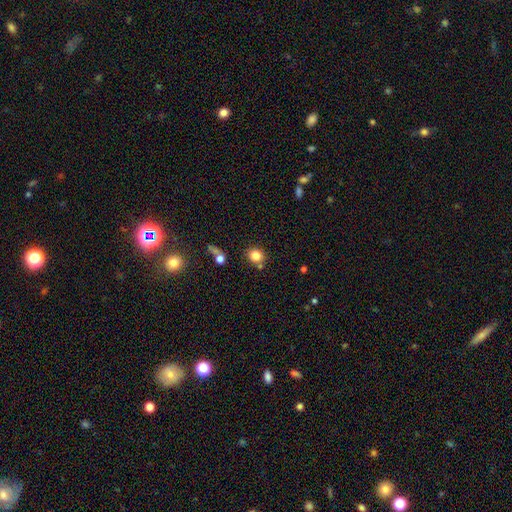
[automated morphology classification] A smooth galaxy with no disk features (81%) that is round (80%).

Vote fractions:
- Smooth or featured? smooth: 81% / star or artifact: 11% / featured or disk: 7%
- How rounded? round: 80% / in between: 19% / cigar-shaped: 1%
- Merging? none: 75% / merger: 11% / minor disturbance: 11% / major disturbance: 4%